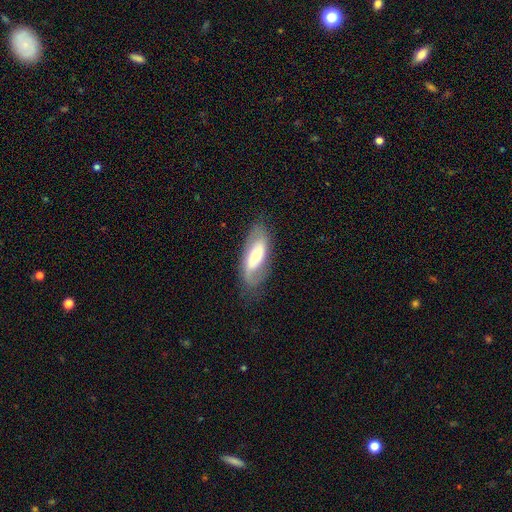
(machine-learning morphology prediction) The model was most divided on "bar": no: 40%, weak: 33%, strong: 27%. Remaining: edge-on disk — no (89%); spiral arms — yes (83%); merging — none (71%); smooth or featured — featured or disk (63%); bulge size — moderate (47%).